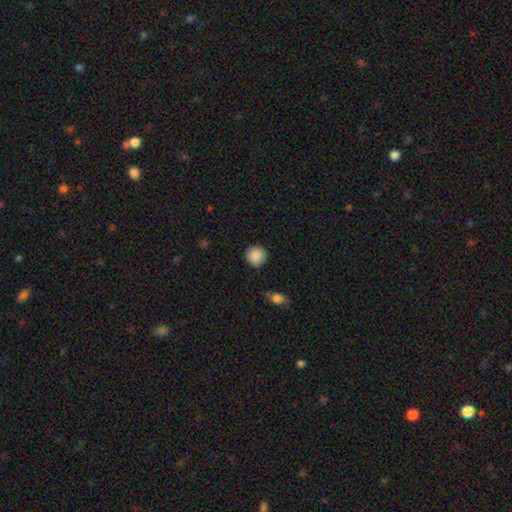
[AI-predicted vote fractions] smooth 89%, star or artifact 9%, featured or disk 3%. Down the decision tree: how rounded — round (93%); merging — none (87%).